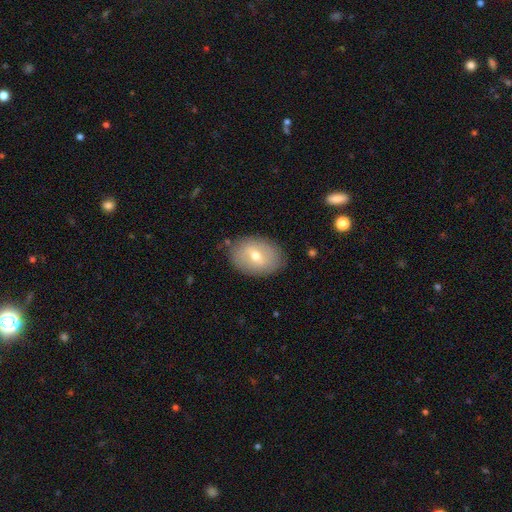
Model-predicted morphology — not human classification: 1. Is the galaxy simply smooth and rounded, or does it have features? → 59% smooth, 34% featured or disk, 8% star or artifact.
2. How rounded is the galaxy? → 81% in between, 18% round, 1% cigar-shaped.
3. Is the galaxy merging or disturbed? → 84% none, 12% minor disturbance, 3% major disturbance, 2% merger.